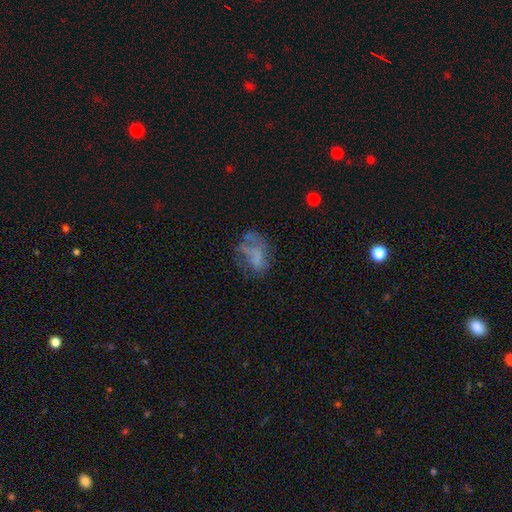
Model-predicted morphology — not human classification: Smooth or featured: smooth — 43% (featured or disk — 41%)
Merging: none — 39% (major disturbance — 34%)